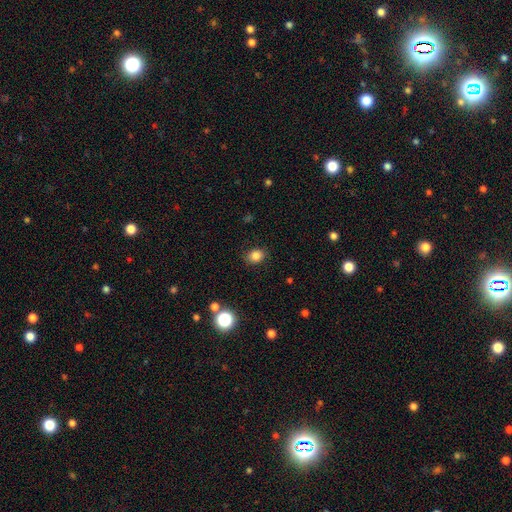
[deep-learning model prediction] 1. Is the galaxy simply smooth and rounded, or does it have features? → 83% smooth, 12% star or artifact, 5% featured or disk.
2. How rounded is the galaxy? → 50% in between, 49% round, 1% cigar-shaped.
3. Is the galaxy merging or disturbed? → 85% none, 11% minor disturbance, 3% major disturbance, 1% merger.